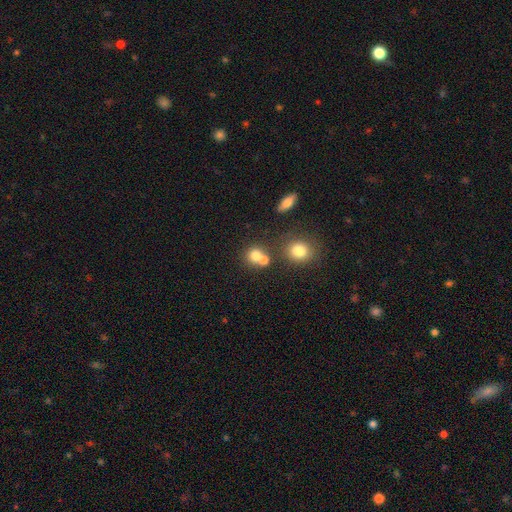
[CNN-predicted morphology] This is likely a smooth galaxy (74%). How rounded: clearly round (84%). Merging: possibly none (49%).